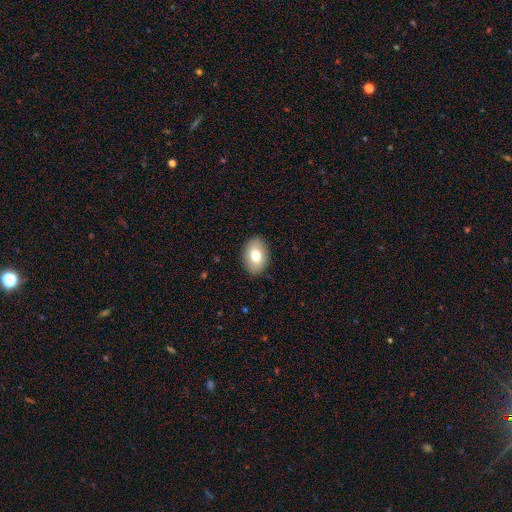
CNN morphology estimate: A smooth galaxy with no disk features (77%) that is in between round and cigar-shaped (85%).

Vote fractions:
- Smooth or featured? smooth: 77% / featured or disk: 15% / star or artifact: 8%
- How rounded? in between: 85% / round: 14% / cigar-shaped: 1%
- Merging? none: 89% / minor disturbance: 8% / major disturbance: 2% / merger: 1%